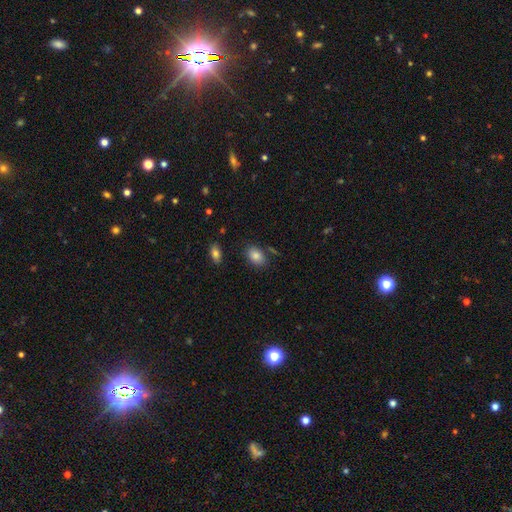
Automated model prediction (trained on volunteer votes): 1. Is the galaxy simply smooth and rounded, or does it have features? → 83% smooth, 9% star or artifact, 8% featured or disk.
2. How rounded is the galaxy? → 84% in between, 15% round, 1% cigar-shaped.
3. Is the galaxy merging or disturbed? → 79% none, 13% minor disturbance, 5% merger, 3% major disturbance.